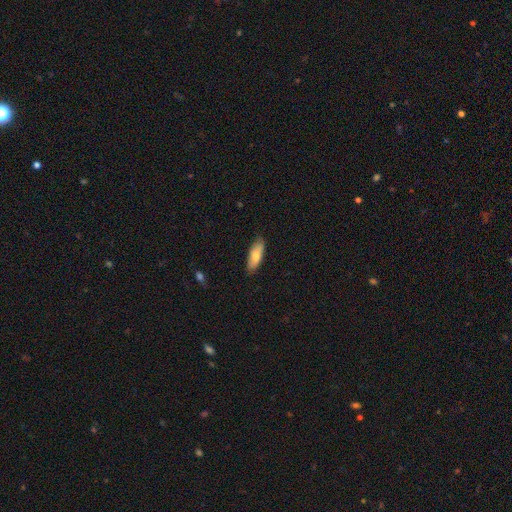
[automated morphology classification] A smooth galaxy with no disk features (75%) that is in between round and cigar-shaped (63%). Merging: none (85%).